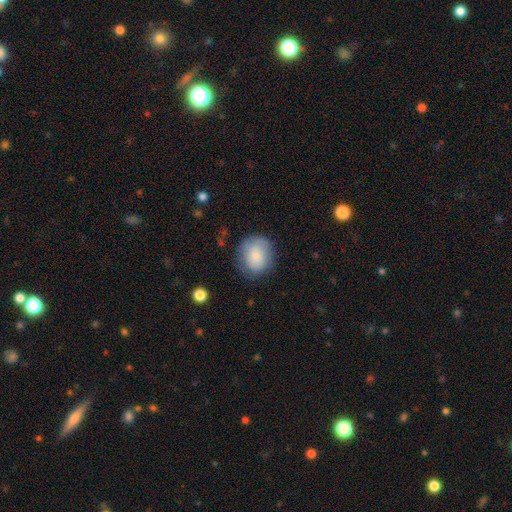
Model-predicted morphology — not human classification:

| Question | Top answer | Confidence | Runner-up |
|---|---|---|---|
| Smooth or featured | smooth | 83% | featured or disk (11%) |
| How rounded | round | 73% | in between (26%) |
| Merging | none | 71% | minor disturbance (21%) |